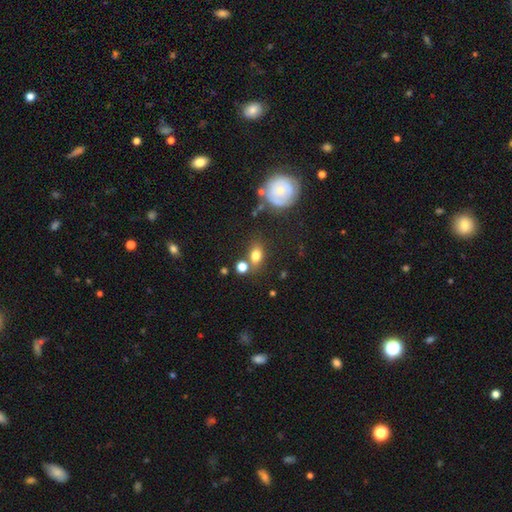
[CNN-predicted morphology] The model was most divided on "how rounded": in between: 68%, round: 29%, cigar-shaped: 3%. More confident: smooth or featured — smooth (76%); merging — none (64%).